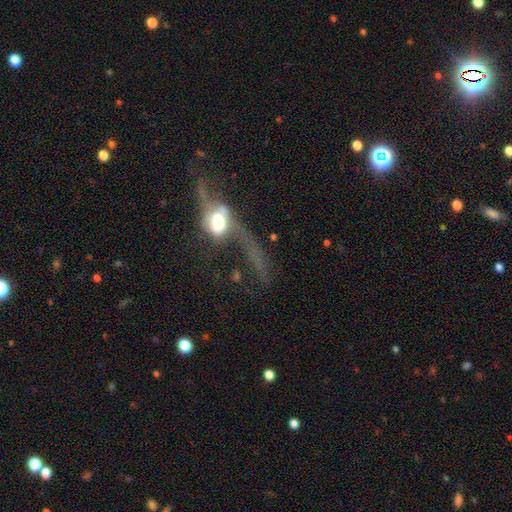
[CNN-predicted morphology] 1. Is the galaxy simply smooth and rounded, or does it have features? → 70% featured or disk, 17% smooth, 13% star or artifact.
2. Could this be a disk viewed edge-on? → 76% no, 24% yes.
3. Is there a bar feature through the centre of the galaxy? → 63% no, 25% weak, 12% strong.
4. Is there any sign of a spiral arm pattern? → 74% yes, 26% no.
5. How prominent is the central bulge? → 43% moderate, 29% large, 13% small, 12% dominant, 4% none.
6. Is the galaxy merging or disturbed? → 45% major disturbance, 34% none, 13% minor disturbance, 9% merger.